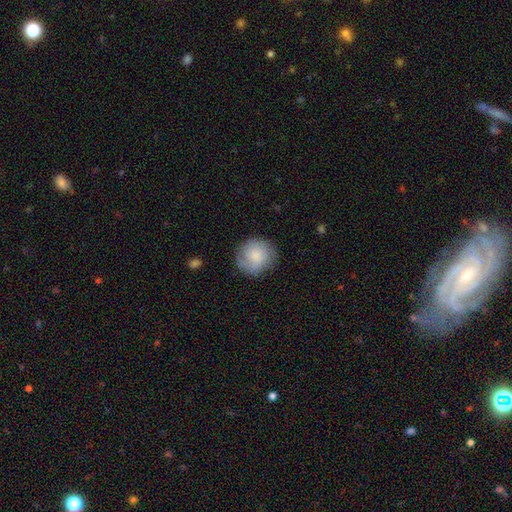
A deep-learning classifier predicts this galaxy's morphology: This is likely a smooth galaxy (69%). How rounded: clearly round (89%). Merging: likely none (75%).